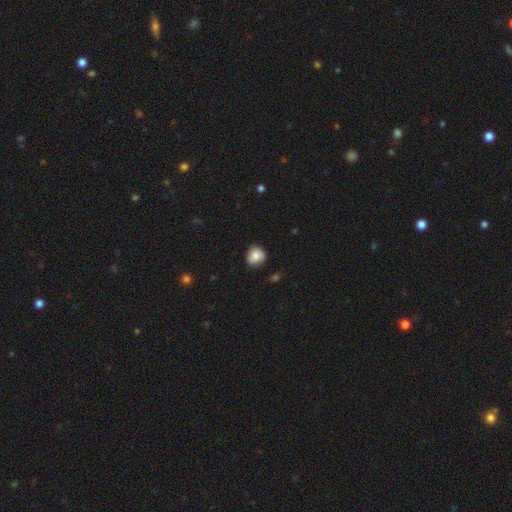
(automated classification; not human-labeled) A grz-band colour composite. It shows a smooth galaxy with no disk features (82%) that is round (82%). Merging: none (78%).